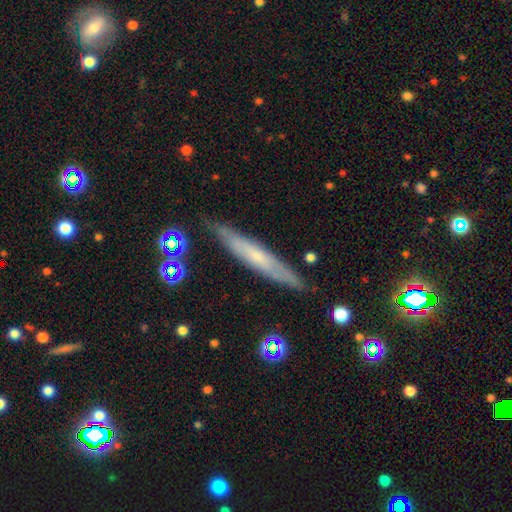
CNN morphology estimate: A featured or disk galaxy (53%) viewed edge-on (81%).

Vote fractions:
- Smooth or featured? featured or disk: 53% / smooth: 40% / star or artifact: 7%
- Edge-on disk? yes: 81% / no: 19%
- Merging? none: 84% / minor disturbance: 12% / major disturbance: 2% / merger: 2%